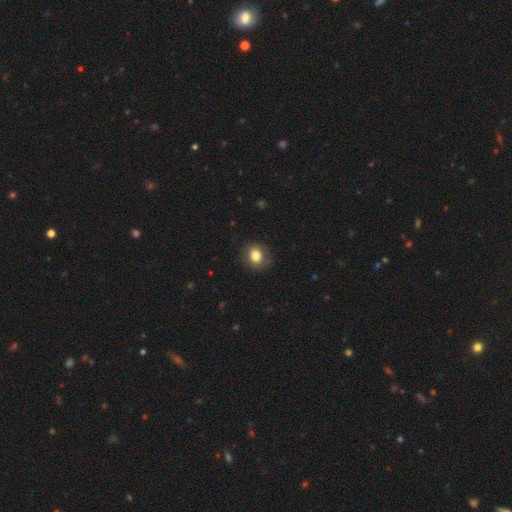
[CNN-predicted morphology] This appears to be a smooth galaxy with no disk features (81%) that is round (58%). Merging: none (83%).